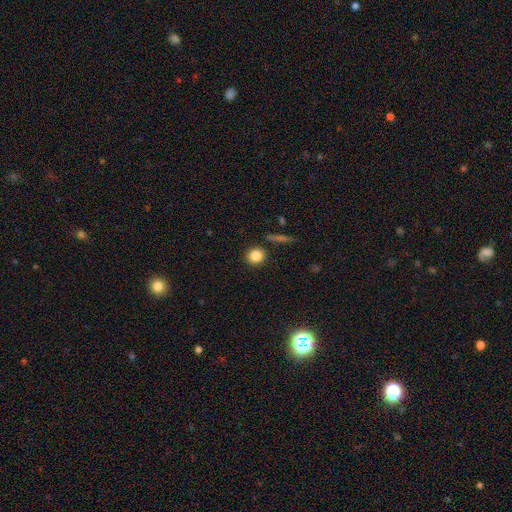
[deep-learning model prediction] Morphology: type=smooth (84%); roundness=round (88%); merging=none (88%).